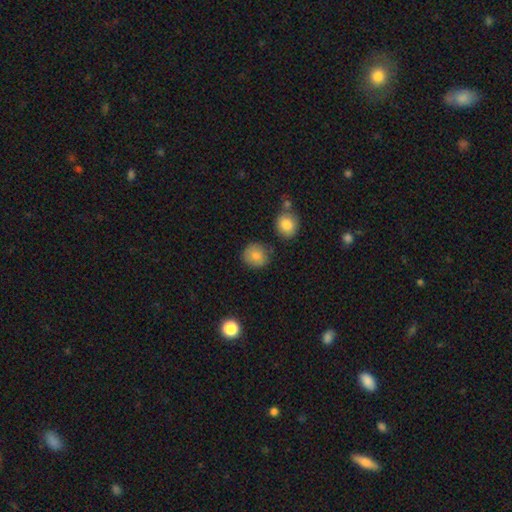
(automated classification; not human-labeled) smooth 83%, star or artifact 9%, featured or disk 8%. Down the decision tree: how rounded — round (86%); merging — none (79%).